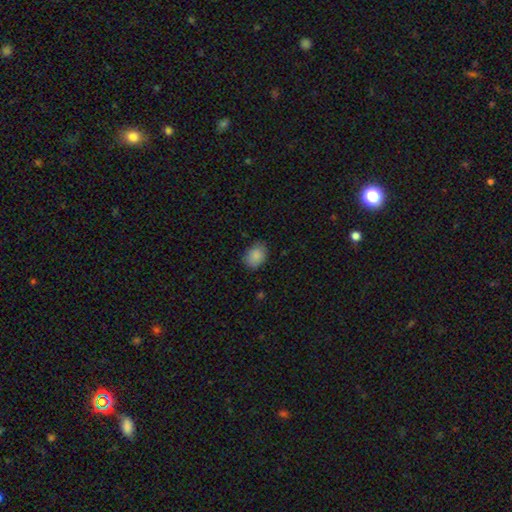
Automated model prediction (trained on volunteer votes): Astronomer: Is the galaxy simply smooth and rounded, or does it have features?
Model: smooth — 88%.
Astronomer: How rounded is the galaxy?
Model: in between — 64%.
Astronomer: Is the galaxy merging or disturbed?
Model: none — 79%.